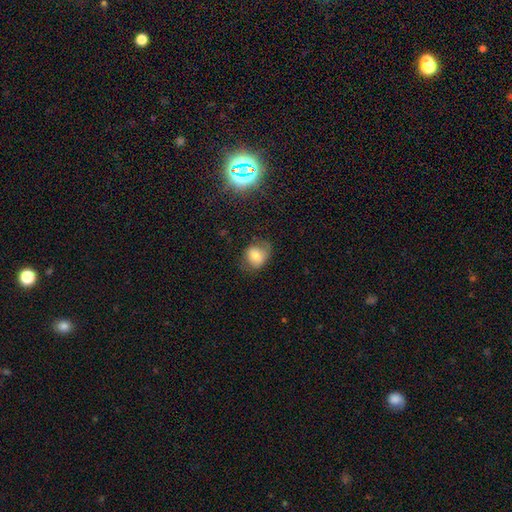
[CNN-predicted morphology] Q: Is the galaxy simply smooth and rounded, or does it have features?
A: smooth — 69%.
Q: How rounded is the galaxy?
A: round — 54%.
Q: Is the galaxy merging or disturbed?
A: none — 59%.